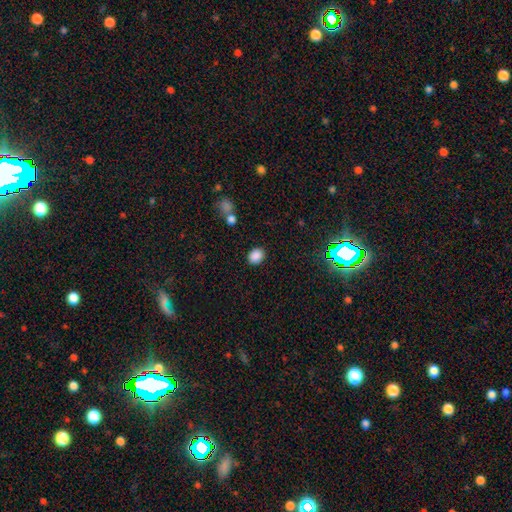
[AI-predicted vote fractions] Smooth or featured? smooth (86%)
How rounded? round (54%)
Merging? none (86%)